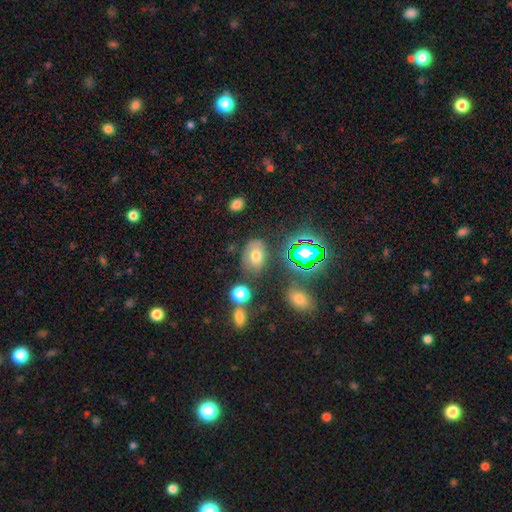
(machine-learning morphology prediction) smooth_or_featured: smooth (p=0.62) [alt: featured or disk p=0.19]
how_rounded: in between (p=0.77) [alt: round p=0.21]
merging: none (p=0.68) [alt: minor disturbance p=0.19]